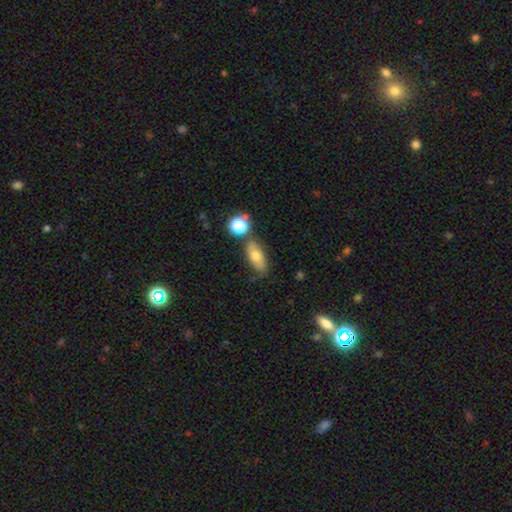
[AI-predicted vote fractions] A smooth galaxy with no disk features (69%) that is in between round and cigar-shaped (75%).

Vote fractions:
- Smooth or featured? smooth: 69% / featured or disk: 21% / star or artifact: 11%
- How rounded? in between: 75% / cigar-shaped: 18% / round: 7%
- Merging? none: 69% / minor disturbance: 16% / merger: 10% / major disturbance: 5%